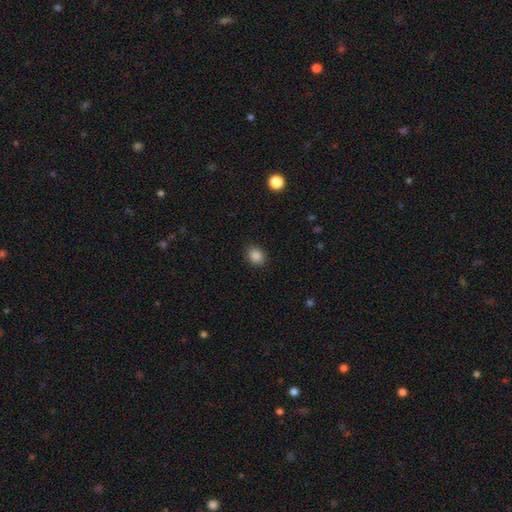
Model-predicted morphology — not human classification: smooth_or_featured: smooth (p=0.86) [alt: star or artifact p=0.10]
how_rounded: round (p=0.52) [alt: in between p=0.47]
merging: none (p=0.90) [alt: minor disturbance p=0.07]